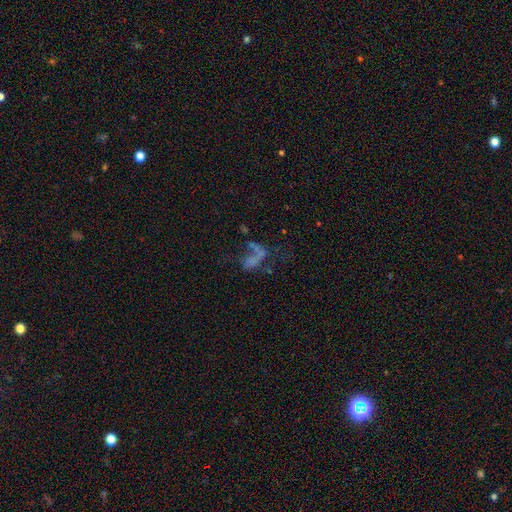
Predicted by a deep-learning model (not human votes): A featured or disk galaxy (45%).

Vote fractions:
- Smooth or featured? featured or disk: 45% / smooth: 29% / star or artifact: 26%
- Merging? major disturbance: 35% / none: 29% / merger: 25% / minor disturbance: 11%